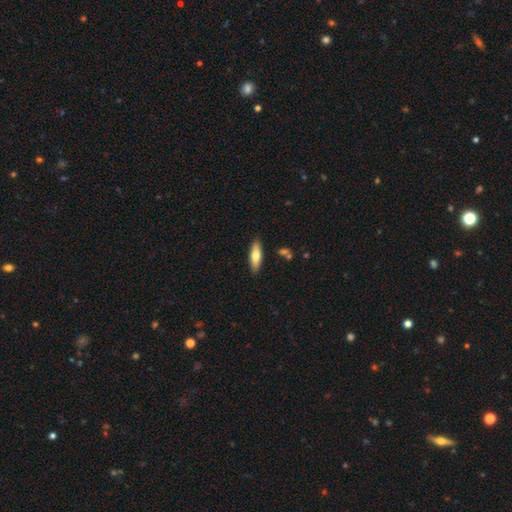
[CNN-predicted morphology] Smooth or featured?
  - smooth: 66% *
  - featured or disk: 28%
  - star or artifact: 6%
How rounded?
  - cigar-shaped: 51% *
  - in between: 47%
  - round: 2%
Merging?
  - none: 87% *
  - minor disturbance: 9%
  - merger: 2%
  - major disturbance: 2%